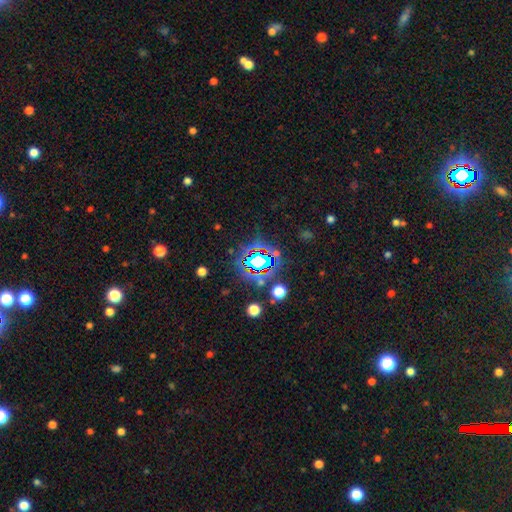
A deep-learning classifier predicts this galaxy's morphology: star or artifact 71%, smooth 18%, featured or disk 12%.